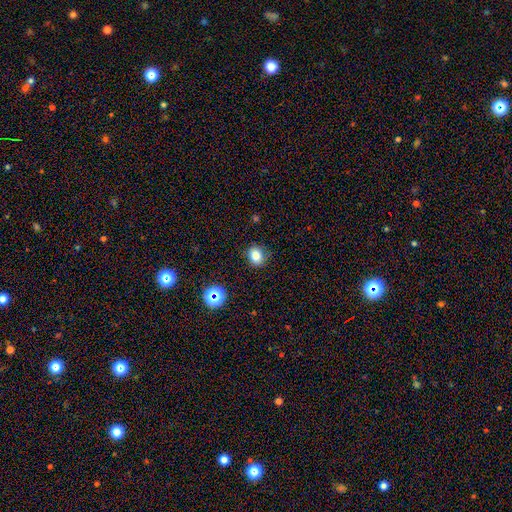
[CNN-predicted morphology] This appears to be a smooth galaxy with no disk features (78%) that is round (66%). Merging: none (84%).